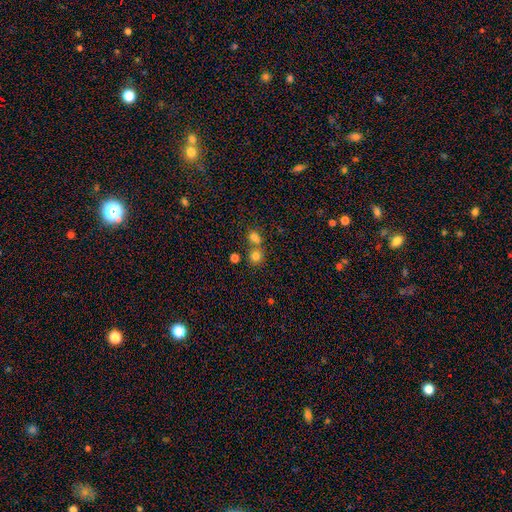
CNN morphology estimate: This appears to be a smooth galaxy with no disk features (77%) that is round (86%). Merging: none (52%).